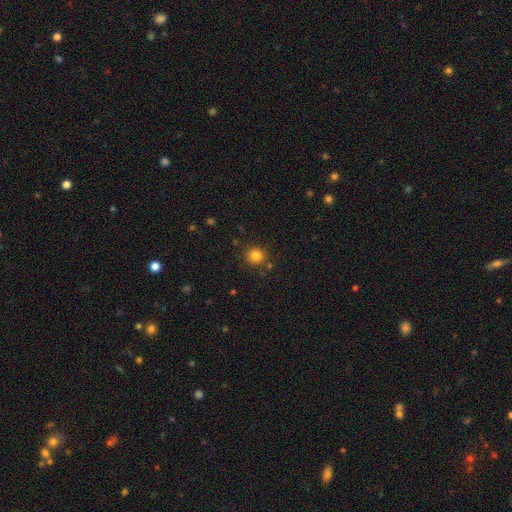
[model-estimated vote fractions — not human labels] Smooth or featured?
  - smooth: 82% *
  - star or artifact: 13%
  - featured or disk: 5%
How rounded?
  - round: 92% *
  - in between: 7%
  - cigar-shaped: 1%
Merging?
  - none: 86% *
  - minor disturbance: 8%
  - merger: 4%
  - major disturbance: 3%